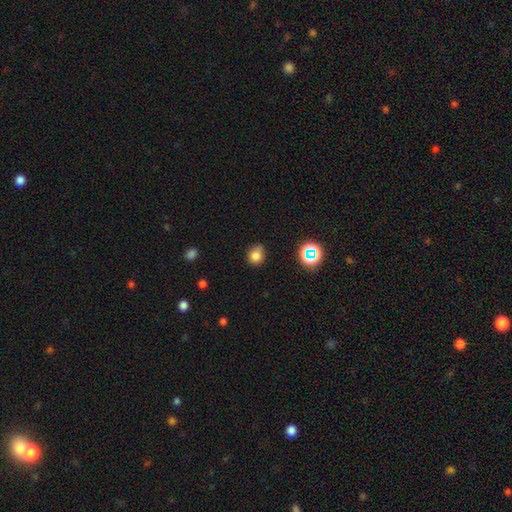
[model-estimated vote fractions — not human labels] Smooth or featured? Predicted: smooth (p=0.78). How rounded? Predicted: round (p=0.71). Merging? Predicted: none (p=0.65).